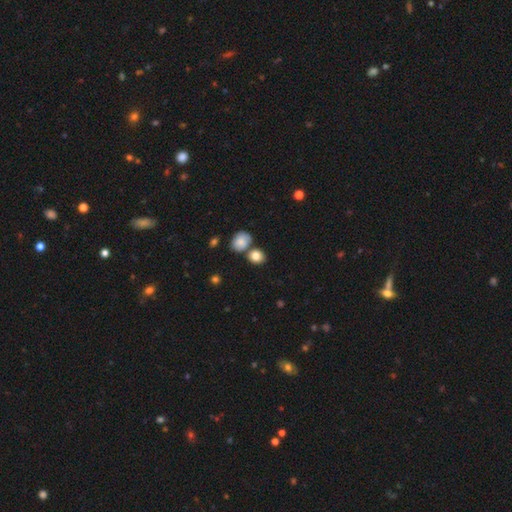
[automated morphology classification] Smooth or featured?
  - smooth: 82% *
  - star or artifact: 9%
  - featured or disk: 9%
How rounded?
  - round: 58% *
  - in between: 41%
  - cigar-shaped: 1%
Merging?
  - none: 59% *
  - merger: 25%
  - minor disturbance: 12%
  - major disturbance: 4%